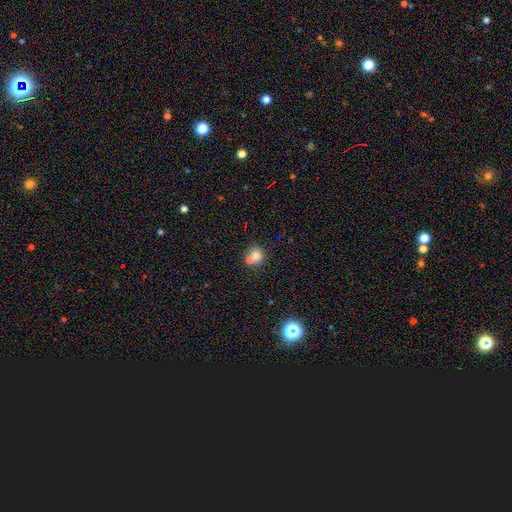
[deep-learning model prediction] Smooth or featured?
  - smooth: 74% *
  - featured or disk: 14%
  - star or artifact: 12%
How rounded?
  - round: 80% *
  - in between: 19%
  - cigar-shaped: 1%
Merging?
  - merger: 48% *
  - none: 41%
  - minor disturbance: 8%
  - major disturbance: 3%